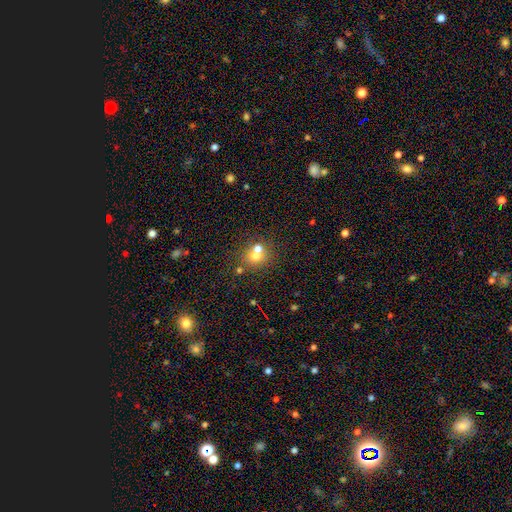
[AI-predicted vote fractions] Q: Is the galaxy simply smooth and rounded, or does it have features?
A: smooth — 65%.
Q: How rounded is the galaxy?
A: round — 78%.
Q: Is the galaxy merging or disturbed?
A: merger — 48%.